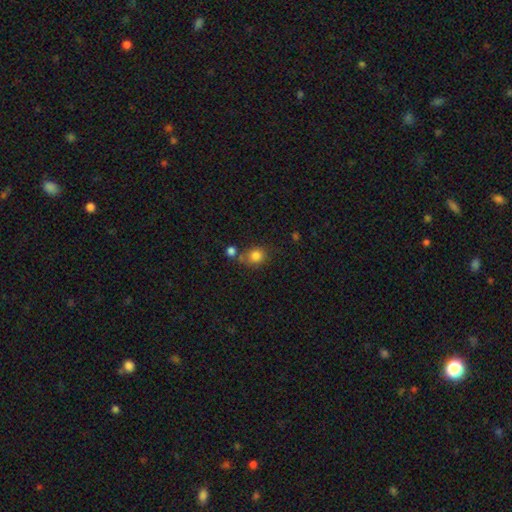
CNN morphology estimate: Smooth or featured?
  - smooth: 83% *
  - star or artifact: 11%
  - featured or disk: 7%
How rounded?
  - round: 76% *
  - in between: 24%
  - cigar-shaped: 1%
Merging?
  - none: 61% *
  - merger: 19%
  - minor disturbance: 14%
  - major disturbance: 6%